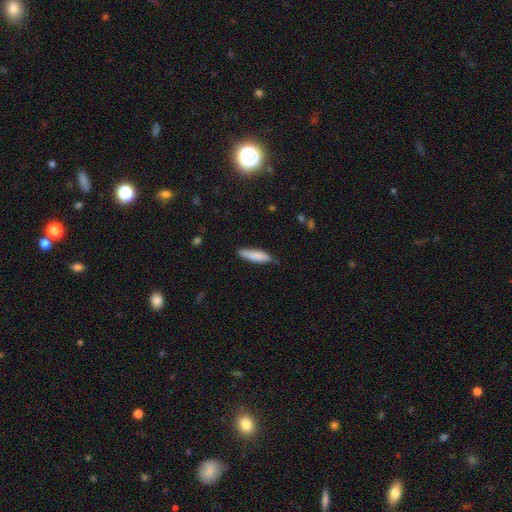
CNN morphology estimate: This is clearly a smooth galaxy (85%). How rounded: likely cigar-shaped (66%). Merging: likely none (79%).